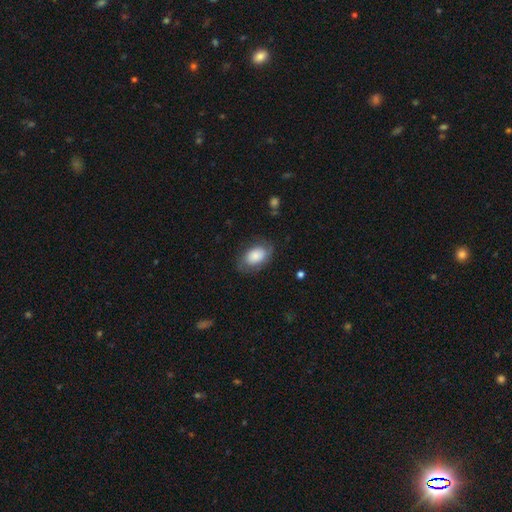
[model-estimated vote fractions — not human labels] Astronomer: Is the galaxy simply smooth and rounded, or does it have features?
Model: smooth — 76%.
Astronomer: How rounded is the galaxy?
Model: in between — 90%.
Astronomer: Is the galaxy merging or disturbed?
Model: none — 72%.